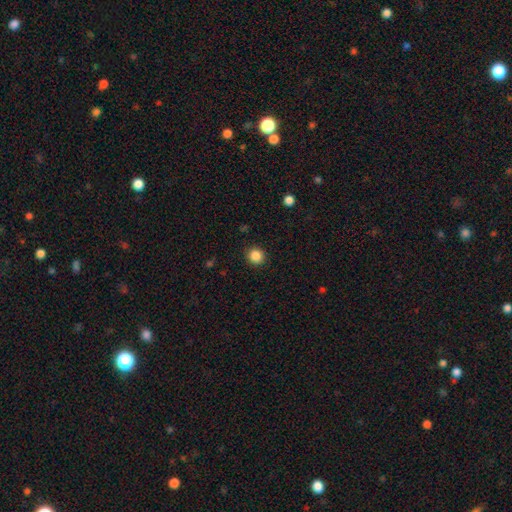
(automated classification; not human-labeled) A smooth galaxy with no disk features (86%) that is round (92%).

Vote fractions:
- Smooth or featured? smooth: 86% / star or artifact: 10% / featured or disk: 3%
- How rounded? round: 92% / in between: 7% / cigar-shaped: 1%
- Merging? none: 91% / minor disturbance: 6% / major disturbance: 2% / merger: 1%